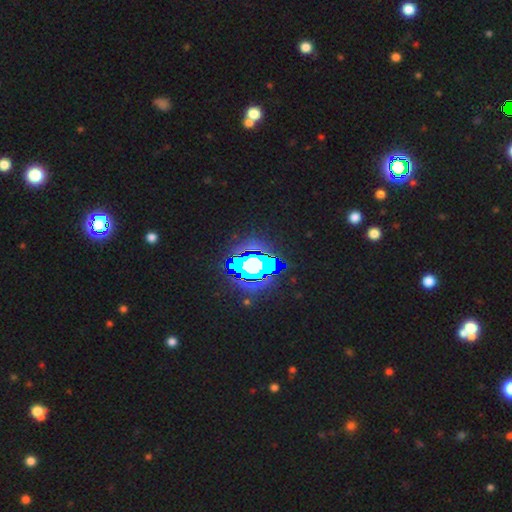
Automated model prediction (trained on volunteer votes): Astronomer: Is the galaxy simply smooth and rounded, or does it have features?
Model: star or artifact — 79%.